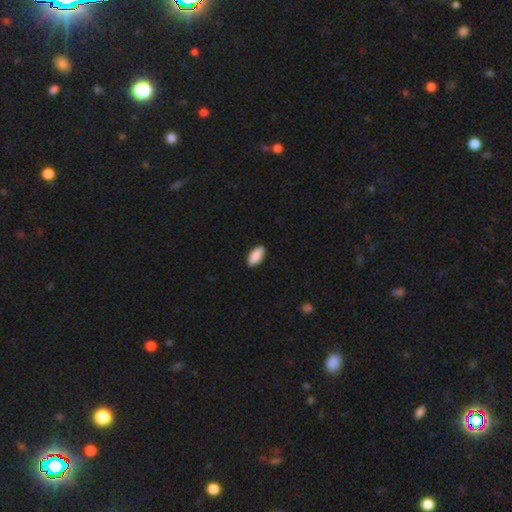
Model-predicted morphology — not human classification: A smooth galaxy with no disk features (91%) that is in between round and cigar-shaped (92%).

Vote fractions:
- Smooth or featured? smooth: 91% / star or artifact: 6% / featured or disk: 4%
- How rounded? in between: 92% / cigar-shaped: 7% / round: 2%
- Merging? none: 90% / minor disturbance: 8% / major disturbance: 2% / merger: 1%